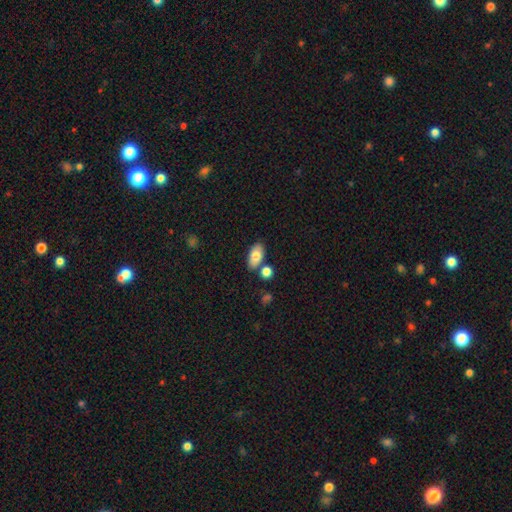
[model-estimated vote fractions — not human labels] Smooth or featured? Predicted: smooth (p=0.79). How rounded? Predicted: in between (p=0.92). Merging? Predicted: none (p=0.73).